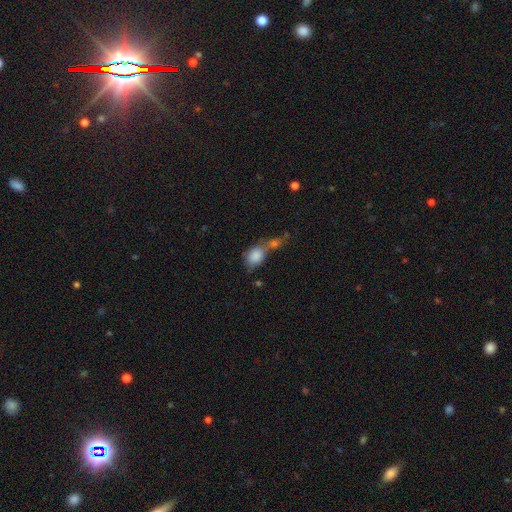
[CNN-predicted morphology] This is clearly a smooth galaxy (84%). How rounded: likely in between (64%). Merging: possibly merger (50%).